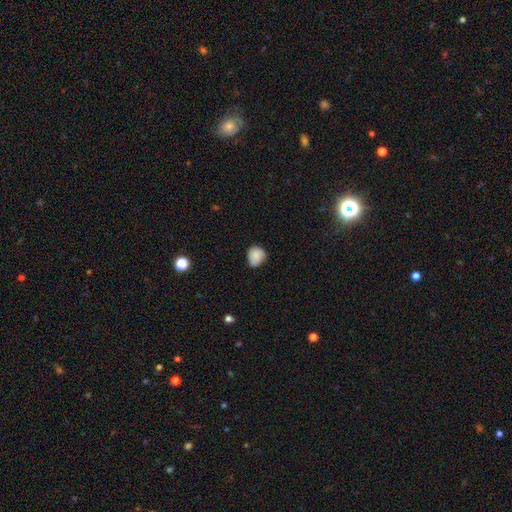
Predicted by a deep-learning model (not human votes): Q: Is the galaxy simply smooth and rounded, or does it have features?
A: smooth — 82%.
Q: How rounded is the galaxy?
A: round — 74%.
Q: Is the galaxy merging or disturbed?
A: none — 66%.